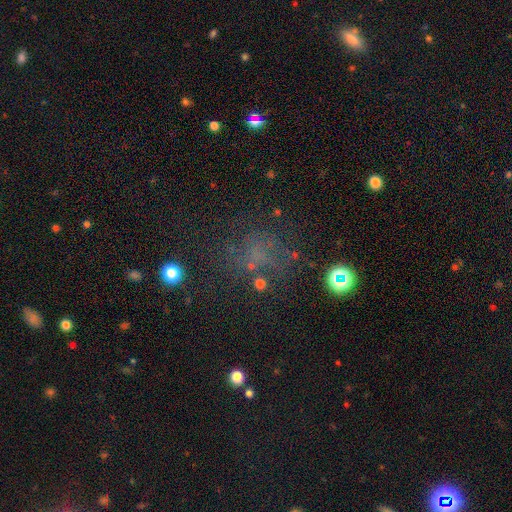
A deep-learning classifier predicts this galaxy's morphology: The model was most divided on "smooth or featured": smooth: 40%, star or artifact: 39%, featured or disk: 20%. More confident: merging — none (60%).